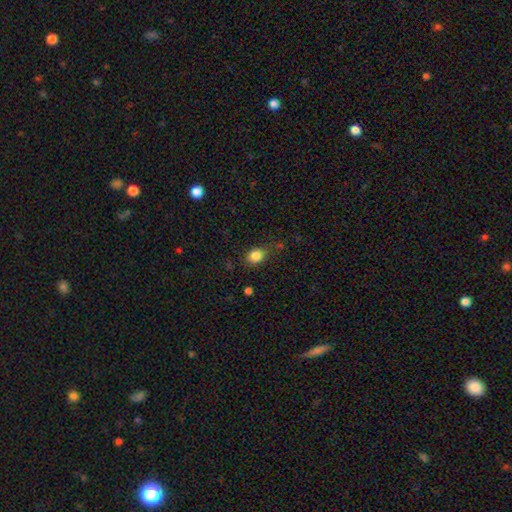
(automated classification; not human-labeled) Q: Smooth or featured?
A: smooth (85%); runner-up: star or artifact (10%)
Q: How rounded?
A: round (58%); runner-up: in between (41%)
Q: Merging?
A: none (74%); runner-up: minor disturbance (19%)